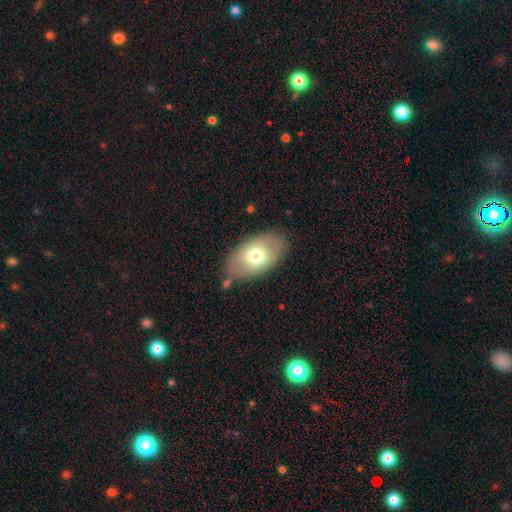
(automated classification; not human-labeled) The model was most divided on "smooth or featured": smooth: 70%, featured or disk: 24%, star or artifact: 7%. More confident: how rounded — in between (92%); merging — none (78%).